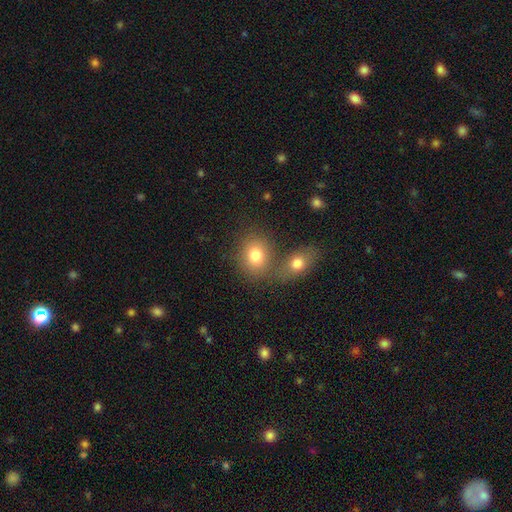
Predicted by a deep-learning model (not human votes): This appears to be a smooth galaxy with no disk features (78%) that is round (57%). Merging: none (50%).